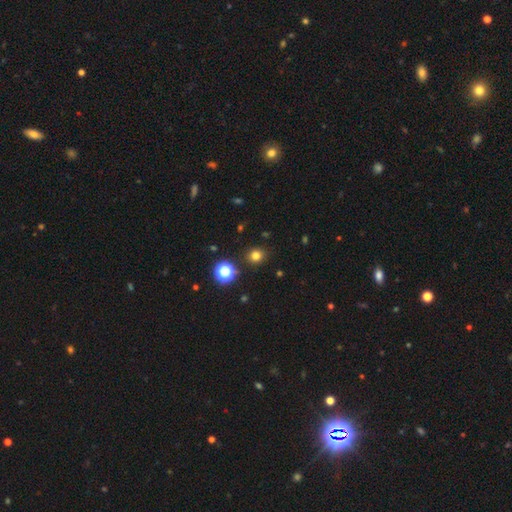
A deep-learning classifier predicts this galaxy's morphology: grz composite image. It shows a smooth galaxy with no disk features (76%) that is round (86%). Merging: none (89%).